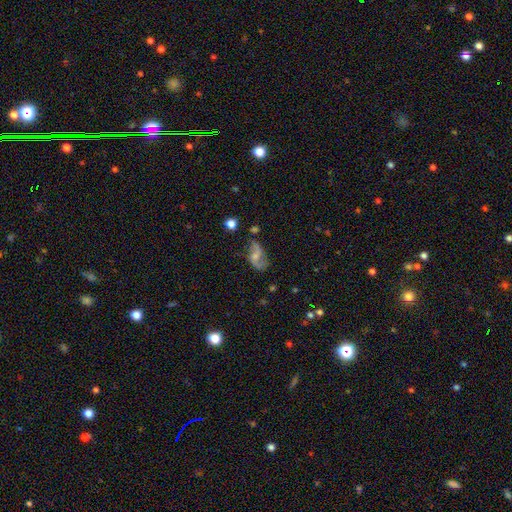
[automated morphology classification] Smooth or featured? featured or disk (74%)
Edge-on disk? no (96%)
Bar? no (46%)
Spiral arms? yes (91%)
Spiral winding? loose (64%)
Spiral arm count? 2 (87%)
Bulge size? small (50%)
Merging? none (64%)